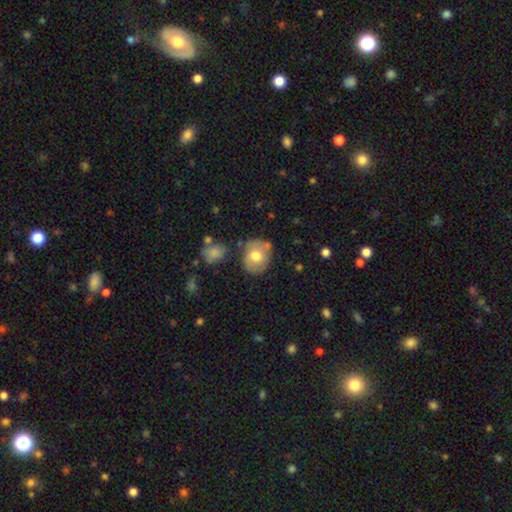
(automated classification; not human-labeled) Smooth or featured?
  - smooth: 64% *
  - featured or disk: 28%
  - star or artifact: 8%
How rounded?
  - round: 71% *
  - in between: 28%
  - cigar-shaped: 1%
Merging?
  - none: 64% *
  - minor disturbance: 21%
  - merger: 9%
  - major disturbance: 6%